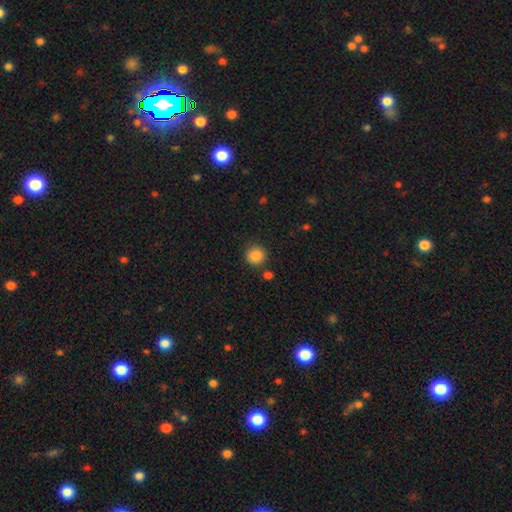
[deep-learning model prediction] Smooth or featured: smooth — 86% (star or artifact — 9%)
How rounded: round — 92% (in between — 7%)
Merging: none — 85% (minor disturbance — 8%)